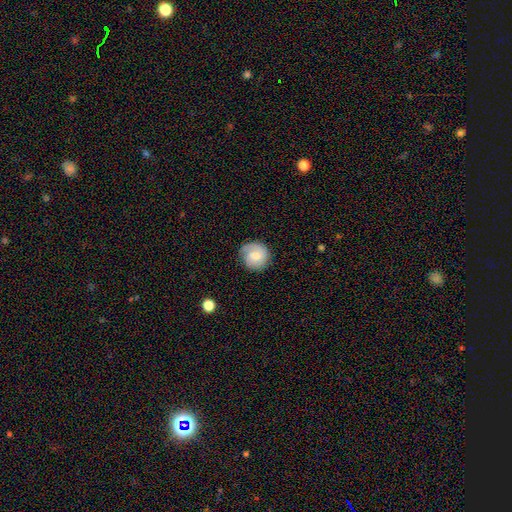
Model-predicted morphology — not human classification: This is possibly a featured or disk galaxy (51%). It is clearly not viewed edge-on (98%). Merging: likely none (76%).